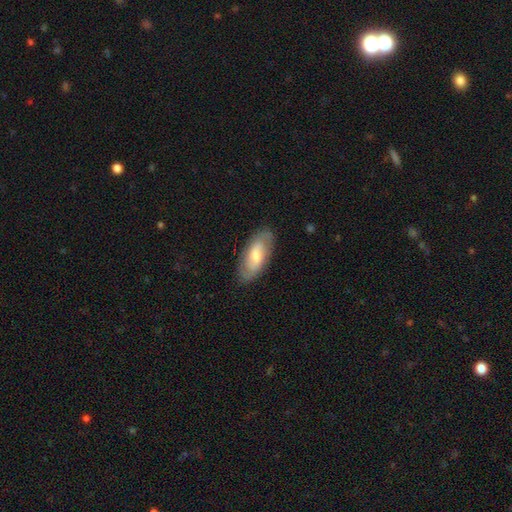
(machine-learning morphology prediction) A smooth galaxy with no disk features (49%). Merging: none (84%).